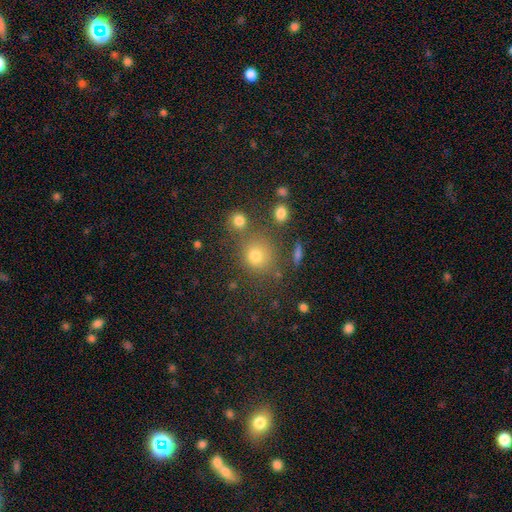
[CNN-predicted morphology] Smooth or featured? smooth (73%)
How rounded? round (87%)
Merging? none (71%)